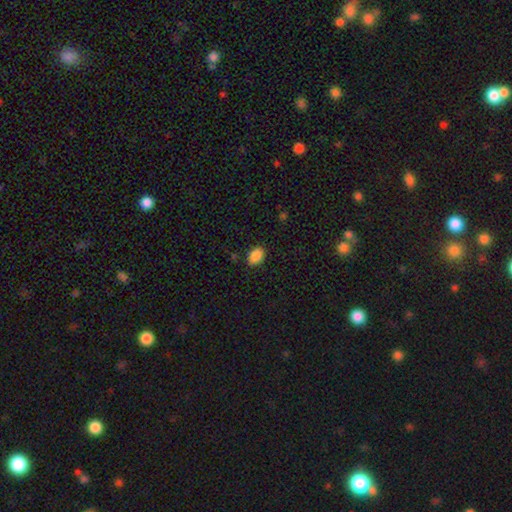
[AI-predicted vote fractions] Q: Smooth or featured?
A: smooth (88%); runner-up: star or artifact (8%)
Q: How rounded?
A: in between (83%); runner-up: round (16%)
Q: Merging?
A: none (88%); runner-up: minor disturbance (9%)